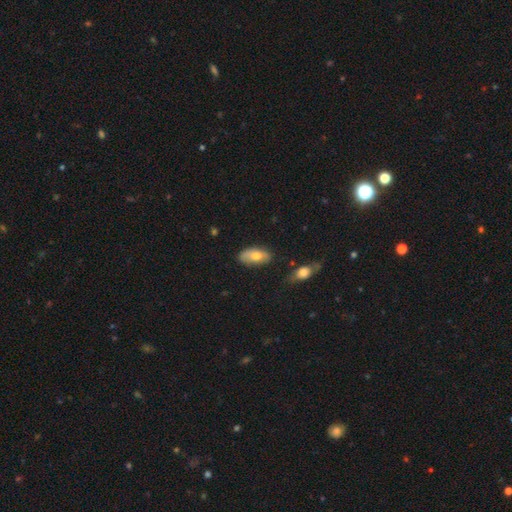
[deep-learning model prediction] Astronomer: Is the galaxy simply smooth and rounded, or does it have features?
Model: smooth — 70%.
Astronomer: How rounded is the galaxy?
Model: in between — 90%.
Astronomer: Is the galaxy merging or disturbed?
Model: none — 76%.